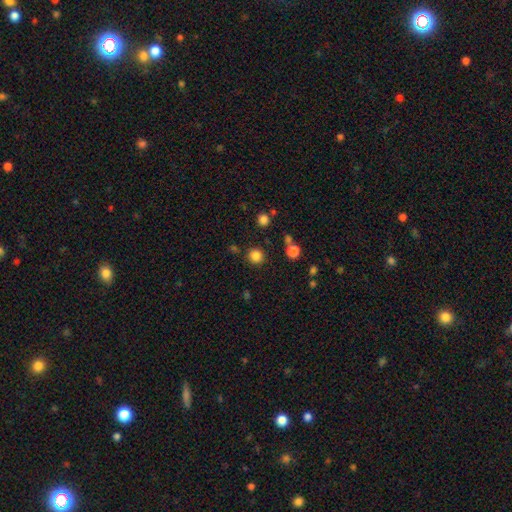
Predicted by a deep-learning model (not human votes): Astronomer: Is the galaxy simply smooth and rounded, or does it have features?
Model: smooth — 83%.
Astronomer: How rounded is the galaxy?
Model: round — 93%.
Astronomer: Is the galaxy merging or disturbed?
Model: none — 88%.